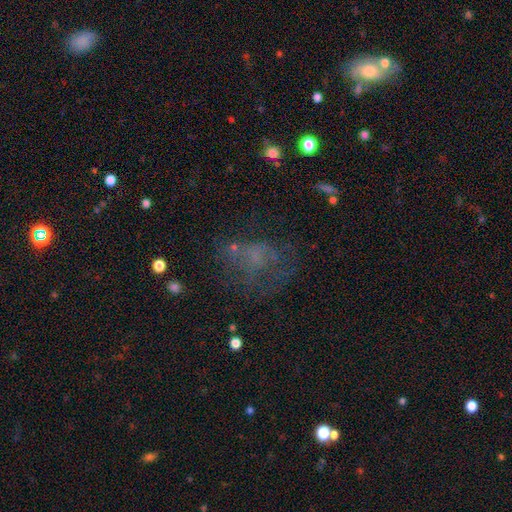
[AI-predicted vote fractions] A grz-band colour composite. It shows a smooth galaxy with no disk features (39%). Merging: none (45%).